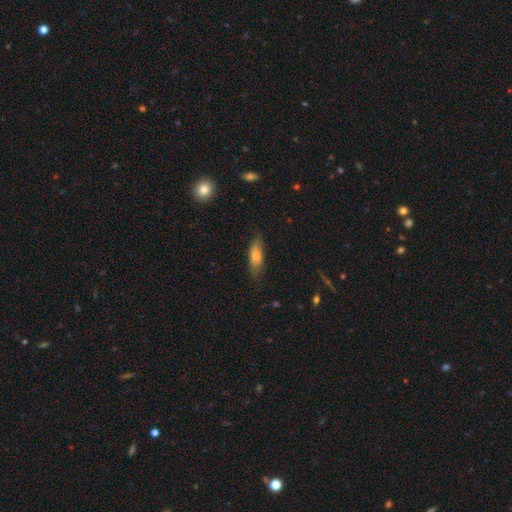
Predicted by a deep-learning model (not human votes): Q: Smooth or featured?
A: smooth (73%); runner-up: featured or disk (20%)
Q: How rounded?
A: in between (53%); runner-up: cigar-shaped (44%)
Q: Merging?
A: none (75%); runner-up: minor disturbance (20%)